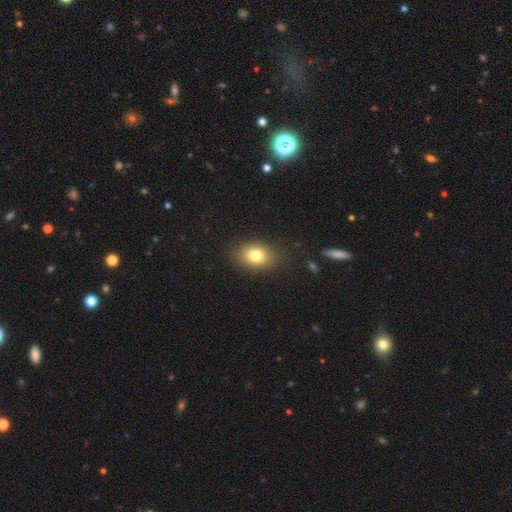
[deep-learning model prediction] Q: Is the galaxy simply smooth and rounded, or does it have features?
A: smooth — 78%.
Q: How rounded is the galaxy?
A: in between — 68%.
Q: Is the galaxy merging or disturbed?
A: none — 84%.